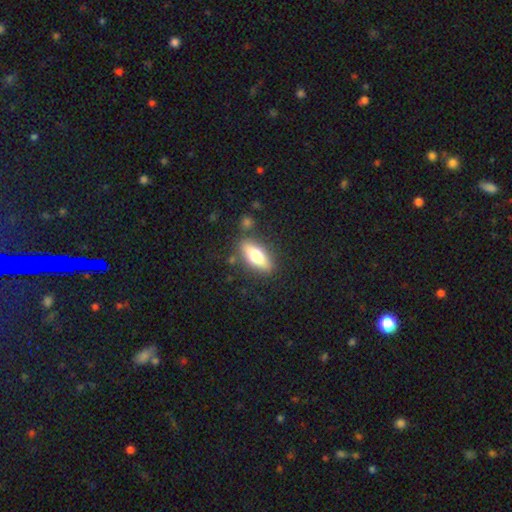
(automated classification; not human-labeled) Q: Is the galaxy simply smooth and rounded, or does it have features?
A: smooth — 65%.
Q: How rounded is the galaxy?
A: in between — 70%.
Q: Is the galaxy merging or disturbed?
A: none — 82%.